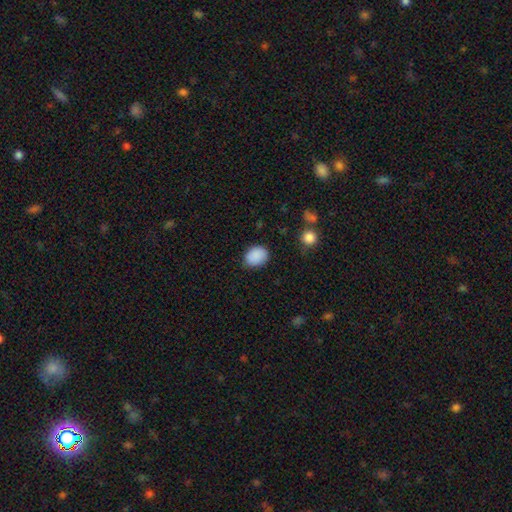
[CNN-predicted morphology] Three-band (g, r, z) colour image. It shows a smooth galaxy with no disk features (89%) that is in between round and cigar-shaped (55%). Merging: none (82%).